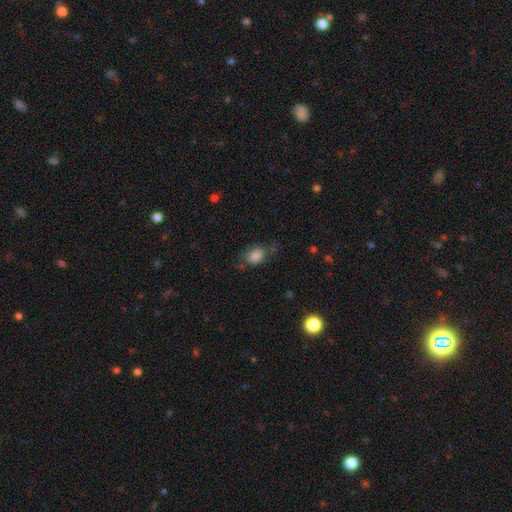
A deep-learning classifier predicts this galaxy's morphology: This is likely a smooth galaxy (78%). How rounded: clearly in between (83%). Merging: possibly none (55%).